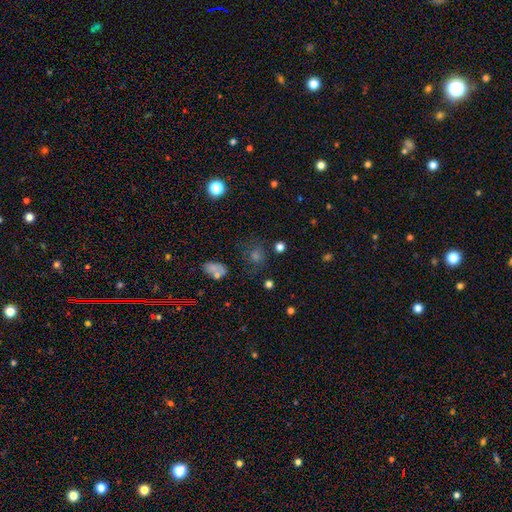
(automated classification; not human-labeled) Smooth or featured?
  - smooth: 43% *
  - star or artifact: 41%
  - featured or disk: 16%
Merging?
  - none: 67% *
  - minor disturbance: 16%
  - major disturbance: 12%
  - merger: 6%